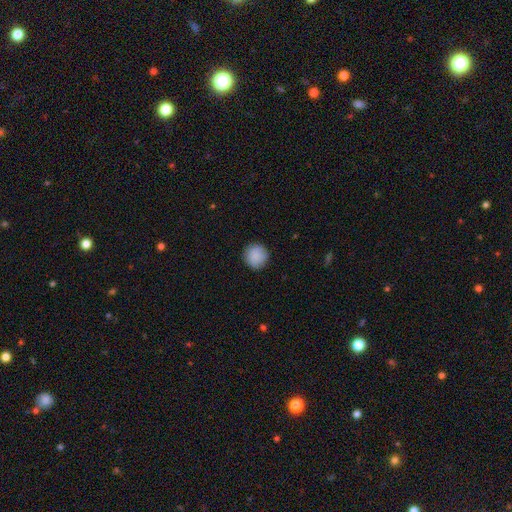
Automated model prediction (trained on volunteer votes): Smooth or featured?
  - smooth: 89% *
  - star or artifact: 7%
  - featured or disk: 4%
How rounded?
  - round: 94% *
  - in between: 5%
  - cigar-shaped: 1%
Merging?
  - none: 88% *
  - minor disturbance: 8%
  - major disturbance: 2%
  - merger: 1%